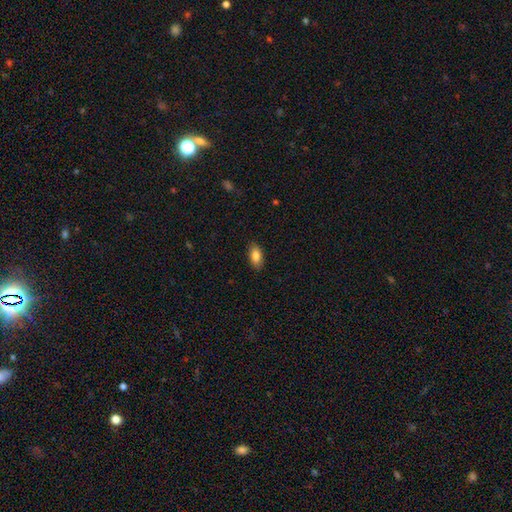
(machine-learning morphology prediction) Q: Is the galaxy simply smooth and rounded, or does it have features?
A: smooth — 84%.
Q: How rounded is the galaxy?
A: in between — 90%.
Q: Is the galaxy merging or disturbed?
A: none — 87%.